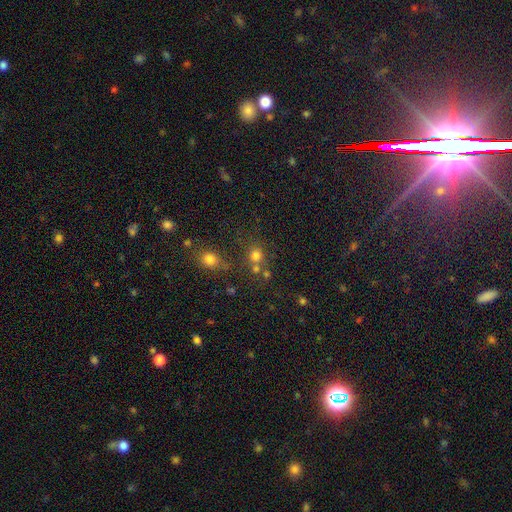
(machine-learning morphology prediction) Overall: smooth (74%). How rounded: round (86%). Merging: none (61%; merger 25%).